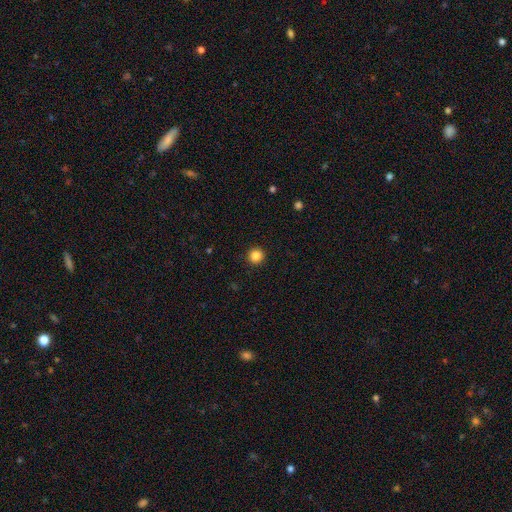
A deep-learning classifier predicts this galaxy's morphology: Overall: smooth (86%). How rounded: round (95%). Merging: none (93%).